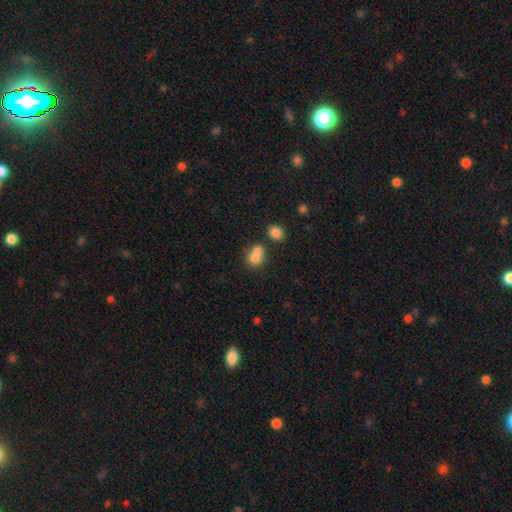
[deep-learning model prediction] This appears to be a smooth galaxy with no disk features (77%) that is round (64%). Merging: merger (56%).